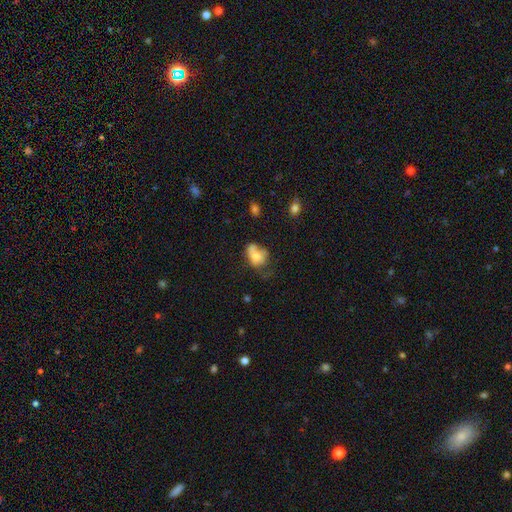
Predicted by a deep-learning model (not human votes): Smooth or featured?
  - smooth: 67% *
  - featured or disk: 23%
  - star or artifact: 10%
How rounded?
  - in between: 67% *
  - round: 32%
  - cigar-shaped: 1%
Merging?
  - minor disturbance: 29% *
  - none: 28%
  - major disturbance: 28%
  - merger: 16%